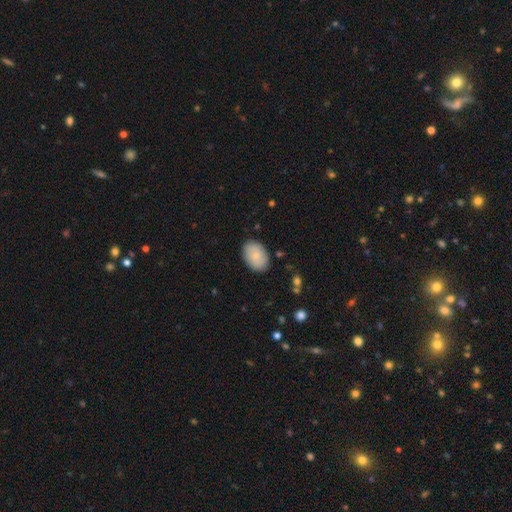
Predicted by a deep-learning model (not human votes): smooth-or-featured: smooth: 74% | featured or disk: 20% | star or artifact: 6%
  how-rounded: in between: 84% | round: 15% | cigar-shaped: 1%
  merging: none: 85% | minor disturbance: 11% | major disturbance: 2% | merger: 1%